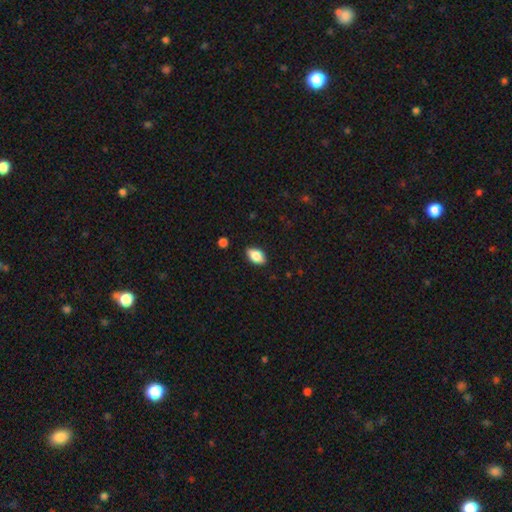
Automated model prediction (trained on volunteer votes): Morphology: type=smooth (84%); roundness=in between (91%); merging=none (87%).